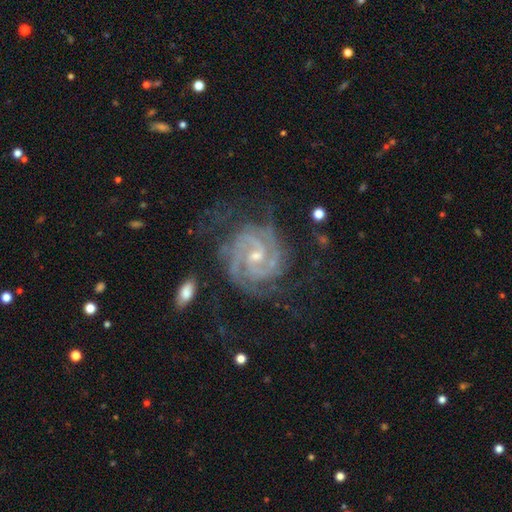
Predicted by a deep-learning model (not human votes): featured or disk 92%, star or artifact 5%, smooth 3%. Down the decision tree: edge-on disk — no (98%); bar — no (44%); spiral arms — yes (99%); spiral arm count — 2 (48%); spiral winding — tight (71%); bulge size — small (58%); merging — none (67%).